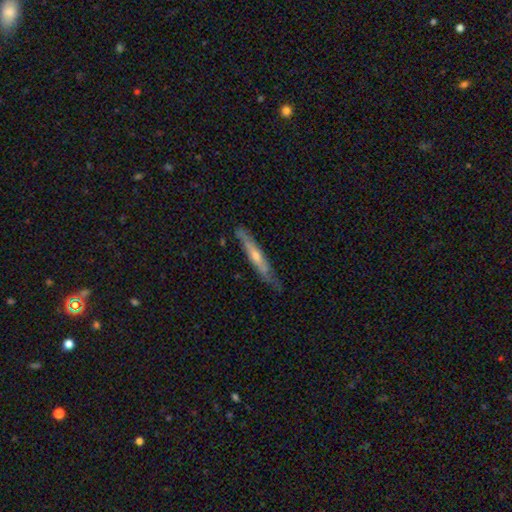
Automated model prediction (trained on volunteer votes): smooth_or_featured: featured or disk (p=0.59) [alt: smooth p=0.36]
disk_edge_on: yes (p=0.86) [alt: no p=0.14]
edge_on_bulge: rounded (p=0.66) [alt: none p=0.29]
merging: none (p=0.73) [alt: minor disturbance p=0.21]